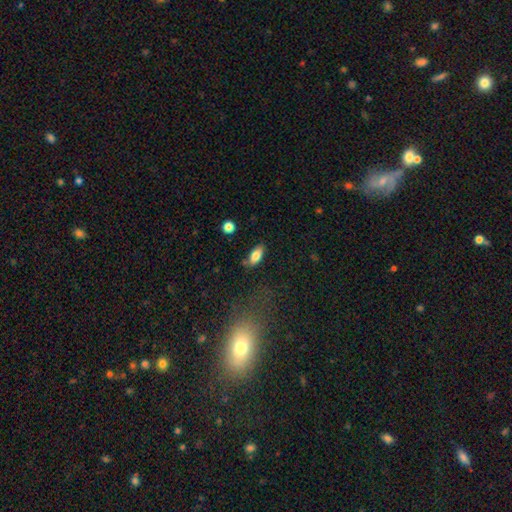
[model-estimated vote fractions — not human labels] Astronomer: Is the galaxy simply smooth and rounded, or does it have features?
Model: smooth — 80%.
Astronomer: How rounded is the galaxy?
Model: in between — 87%.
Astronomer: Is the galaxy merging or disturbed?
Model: none — 74%.